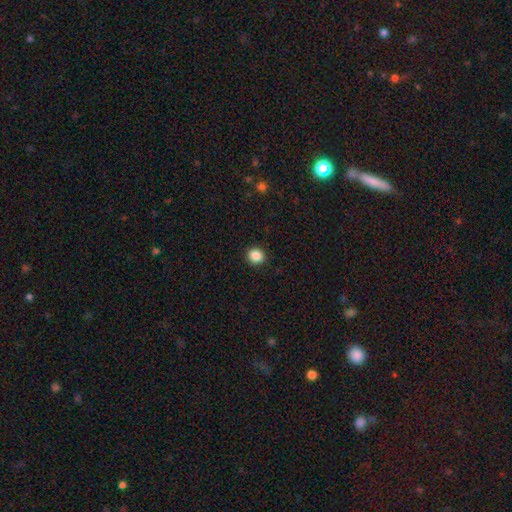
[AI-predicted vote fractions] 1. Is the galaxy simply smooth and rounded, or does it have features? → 87% smooth, 10% star or artifact, 3% featured or disk.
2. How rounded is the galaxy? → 83% round, 16% in between, 1% cigar-shaped.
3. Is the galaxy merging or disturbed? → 92% none, 5% minor disturbance, 2% major disturbance, 1% merger.